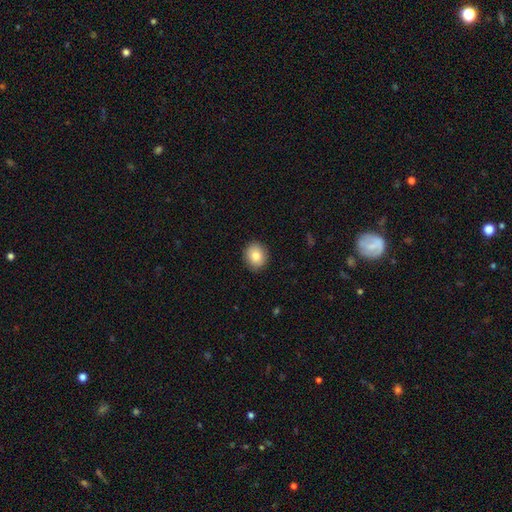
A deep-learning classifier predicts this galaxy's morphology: A smooth galaxy with no disk features (82%) that is round (72%). Merging: none (90%).